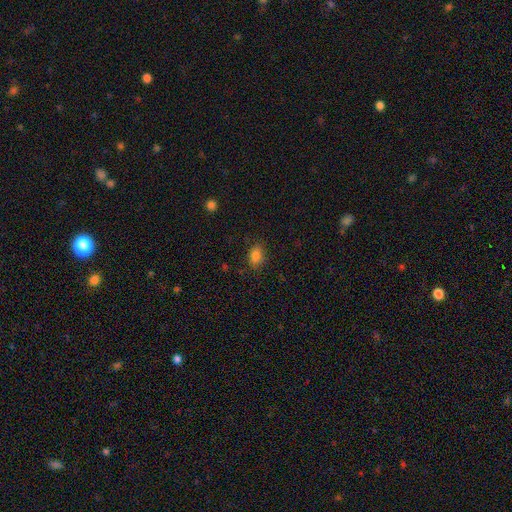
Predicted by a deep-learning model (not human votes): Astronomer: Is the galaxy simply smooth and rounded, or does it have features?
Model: smooth — 83%.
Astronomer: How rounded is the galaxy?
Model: in between — 78%.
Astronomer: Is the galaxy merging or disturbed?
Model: none — 82%.